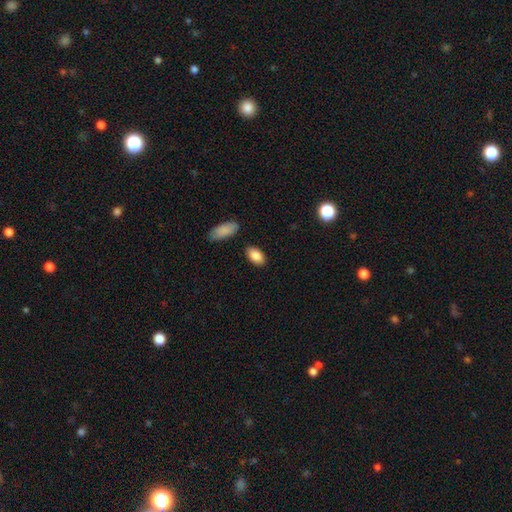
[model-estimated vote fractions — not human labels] Smooth or featured: smooth — 88% (star or artifact — 7%)
How rounded: in between — 94% (round — 4%)
Merging: none — 86% (minor disturbance — 9%)